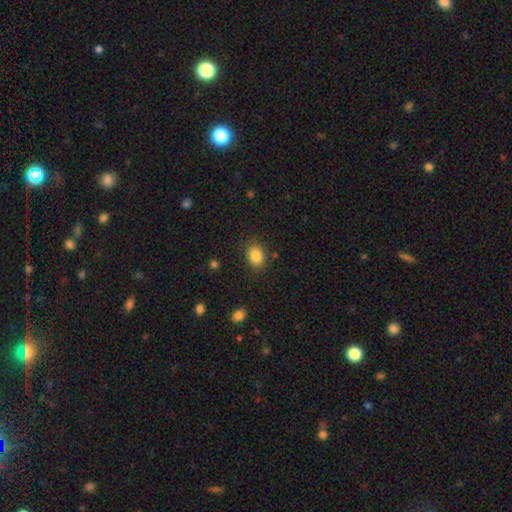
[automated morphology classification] Smooth or featured? Predicted: smooth (p=0.85). How rounded? Predicted: in between (p=0.58). Merging? Predicted: none (p=0.82).